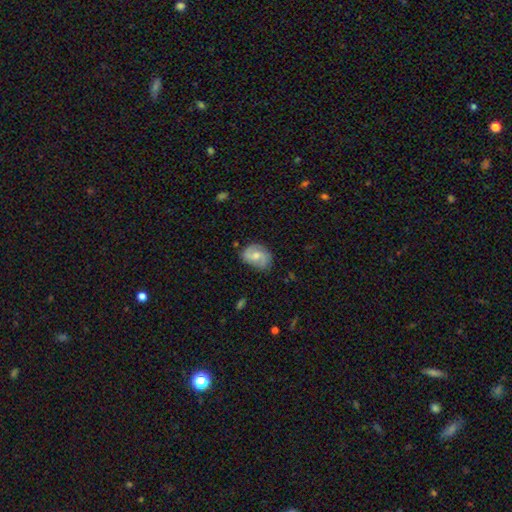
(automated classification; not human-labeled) Overall: featured or disk (57%; smooth 36%). Edge-on disk: no (97%). Bar: no (47%; weak 43%). Spiral arms: yes (87%). Bulge size: moderate (61%; small 30%). Merging: none (71%).